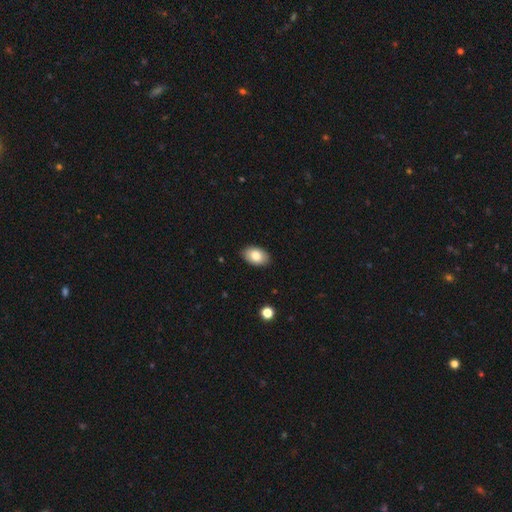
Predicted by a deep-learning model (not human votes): smooth-or-featured: smooth: 82% | featured or disk: 11% | star or artifact: 7%
  how-rounded: in between: 91% | round: 8% | cigar-shaped: 1%
  merging: none: 89% | minor disturbance: 9% | major disturbance: 2% | merger: 1%